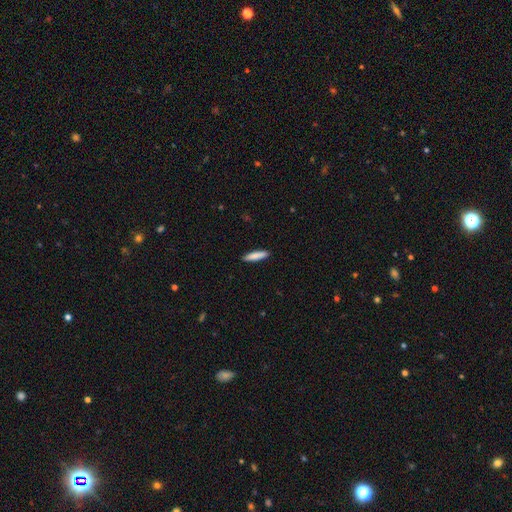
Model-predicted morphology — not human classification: A smooth galaxy with no disk features (84%) that is cigar-shaped (82%). Merging: none (91%).